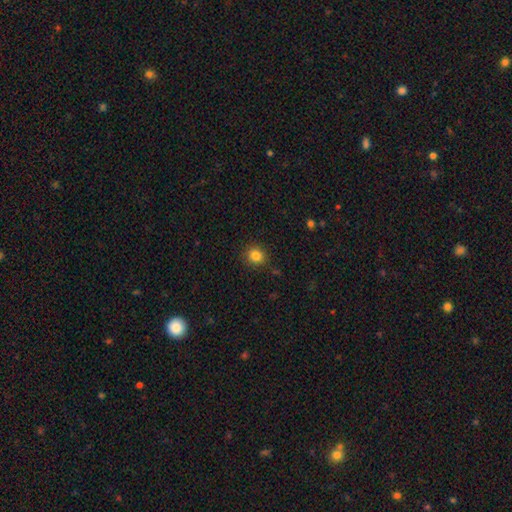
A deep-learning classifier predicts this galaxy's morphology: Smooth or featured? Predicted: smooth (p=0.84). How rounded? Predicted: round (p=0.82). Merging? Predicted: none (p=0.88).